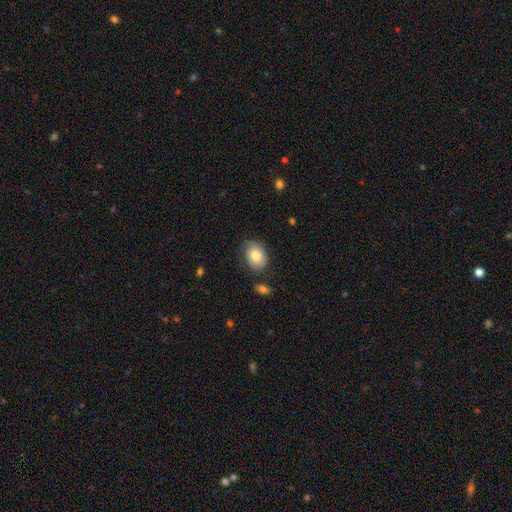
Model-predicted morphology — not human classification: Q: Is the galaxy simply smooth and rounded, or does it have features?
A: smooth — 78%.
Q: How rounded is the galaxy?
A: in between — 63%.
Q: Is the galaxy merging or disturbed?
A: none — 66%.